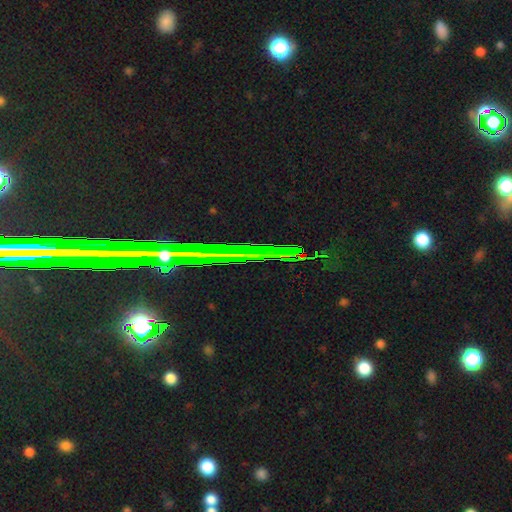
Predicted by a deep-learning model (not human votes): Q: Smooth or featured?
A: star or artifact (68%); runner-up: featured or disk (20%)